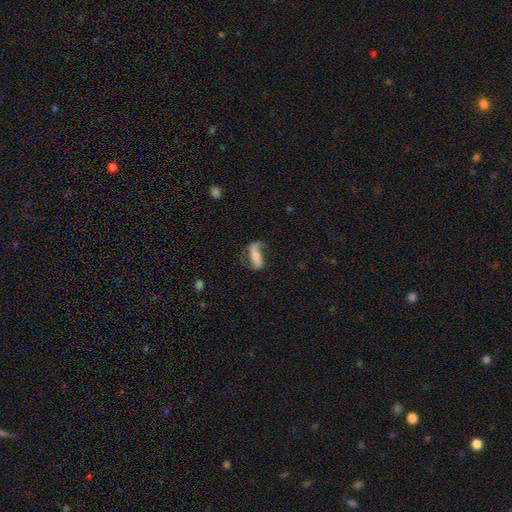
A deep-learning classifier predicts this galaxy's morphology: type=featured or disk (60%); edge-on=no (84%); bar=strong (45%); spiral arms=yes (82%); bulge=moderate (42%); merging=none (52%).